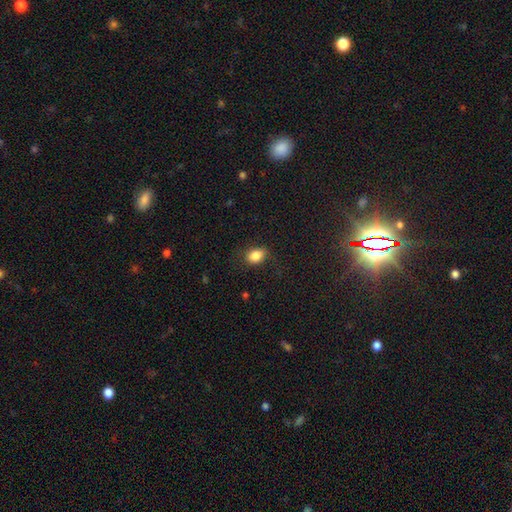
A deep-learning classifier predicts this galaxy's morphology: type=smooth (85%); roundness=in between (72%); merging=none (79%).